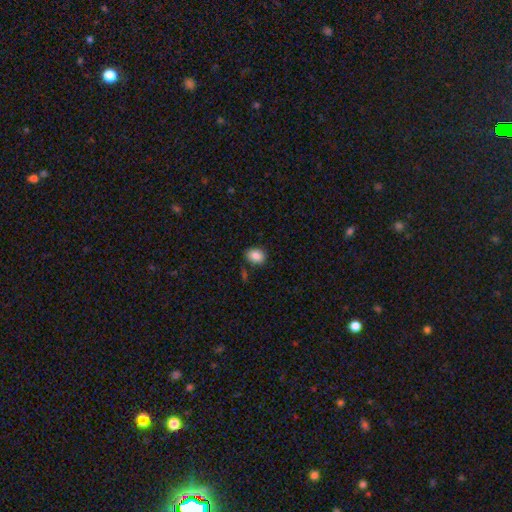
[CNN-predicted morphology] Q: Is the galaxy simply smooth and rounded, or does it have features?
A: smooth — 87%.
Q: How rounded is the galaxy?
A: in between — 70%.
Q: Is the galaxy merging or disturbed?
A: none — 85%.